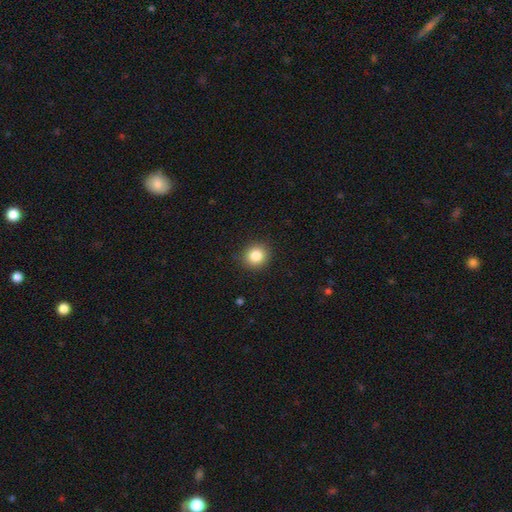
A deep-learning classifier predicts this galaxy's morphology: smooth_or_featured: smooth (p=0.85) [alt: star or artifact p=0.10]
how_rounded: round (p=0.87) [alt: in between p=0.12]
merging: none (p=0.90) [alt: minor disturbance p=0.07]